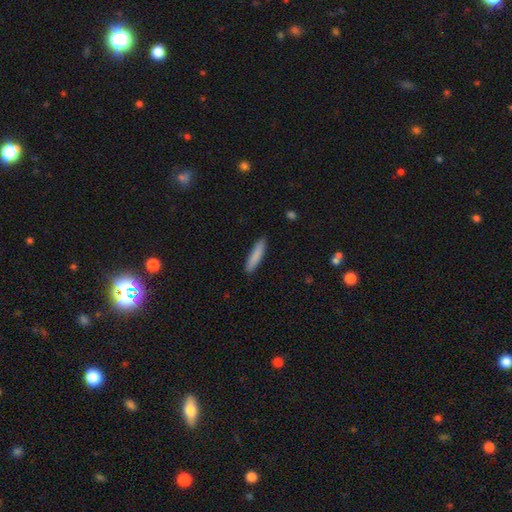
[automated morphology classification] The model was most divided on "how rounded": cigar-shaped: 85%, in between: 14%, round: 1%. More confident: merging — none (89%); smooth or featured — smooth (86%).